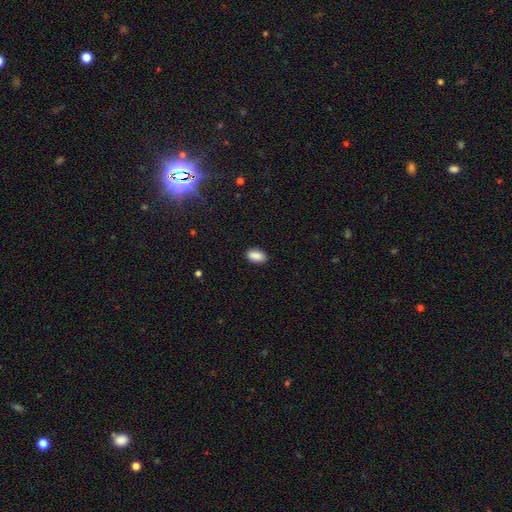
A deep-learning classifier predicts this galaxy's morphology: Overall: smooth (89%). How rounded: in between (92%). Merging: none (88%).